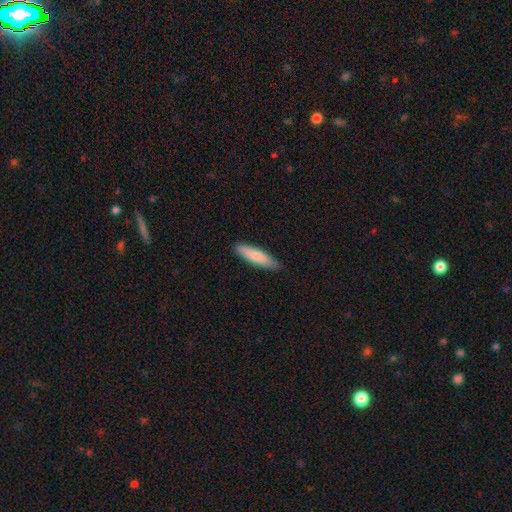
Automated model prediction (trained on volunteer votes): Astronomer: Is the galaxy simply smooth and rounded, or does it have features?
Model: smooth — 81%.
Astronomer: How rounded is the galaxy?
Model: cigar-shaped — 76%.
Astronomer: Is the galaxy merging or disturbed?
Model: none — 87%.